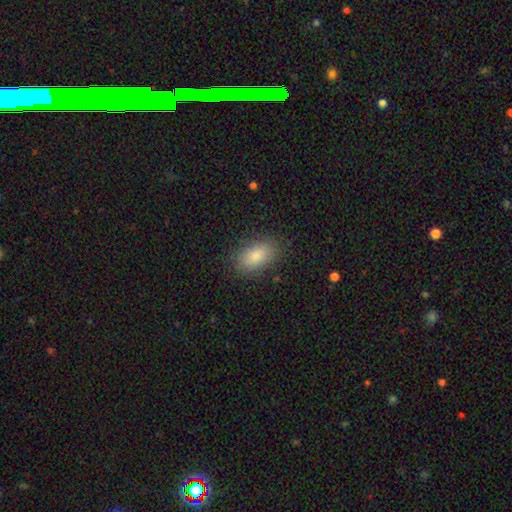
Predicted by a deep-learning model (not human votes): Overall: smooth (84%). How rounded: in between (91%). Merging: none (86%).